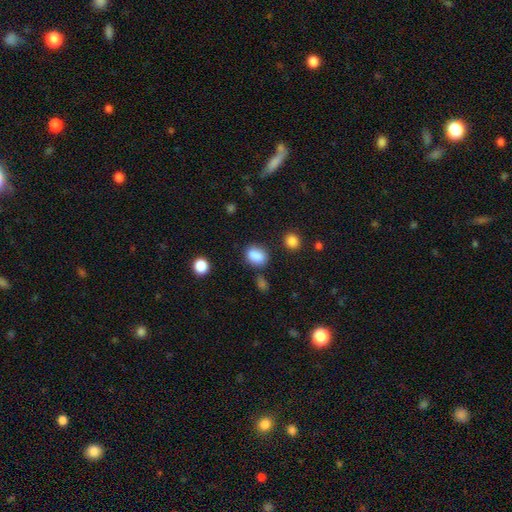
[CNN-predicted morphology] type=smooth (85%); roundness=in between (61%); merging=none (71%).